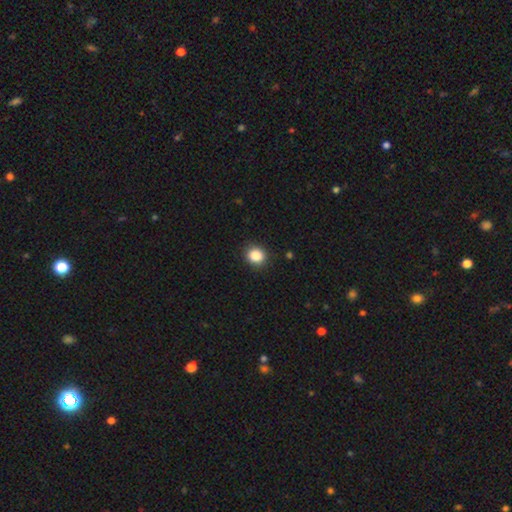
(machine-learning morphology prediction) Smooth or featured? smooth (86%)
How rounded? round (77%)
Merging? none (89%)